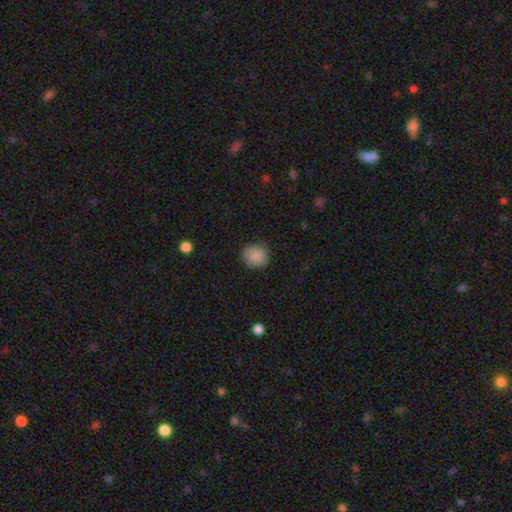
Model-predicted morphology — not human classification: A smooth galaxy with no disk features (87%) that is round (88%).

Vote fractions:
- Smooth or featured? smooth: 87% / star or artifact: 8% / featured or disk: 5%
- How rounded? round: 88% / in between: 11% / cigar-shaped: 1%
- Merging? none: 85% / minor disturbance: 11% / major disturbance: 3% / merger: 1%